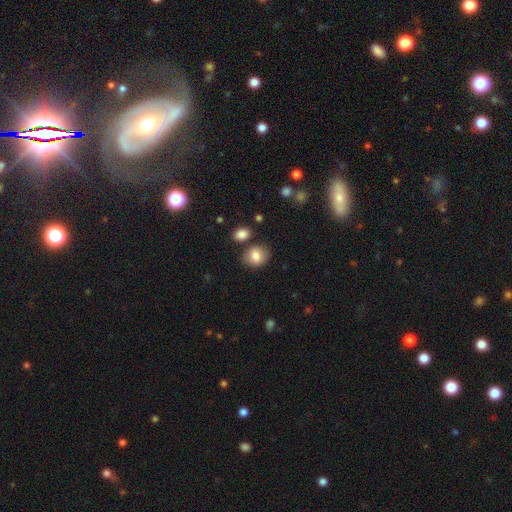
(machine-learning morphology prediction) smooth_or_featured: smooth (p=0.83) [alt: featured or disk p=0.09]
how_rounded: round (p=0.56) [alt: in between p=0.43]
merging: none (p=0.77) [alt: minor disturbance p=0.12]